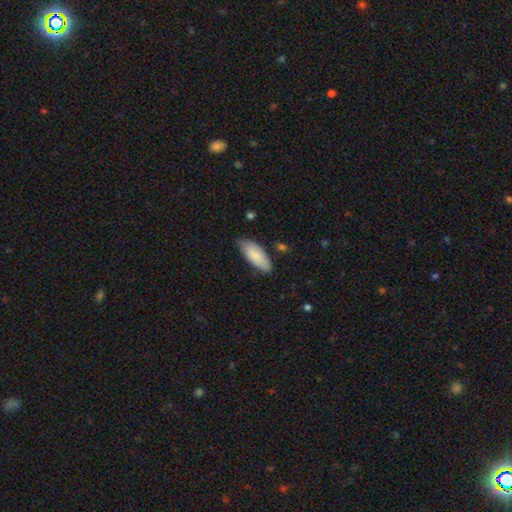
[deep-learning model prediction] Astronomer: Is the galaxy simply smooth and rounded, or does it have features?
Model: smooth — 84%.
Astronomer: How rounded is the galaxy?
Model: in between — 81%.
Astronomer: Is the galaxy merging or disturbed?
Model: none — 75%.